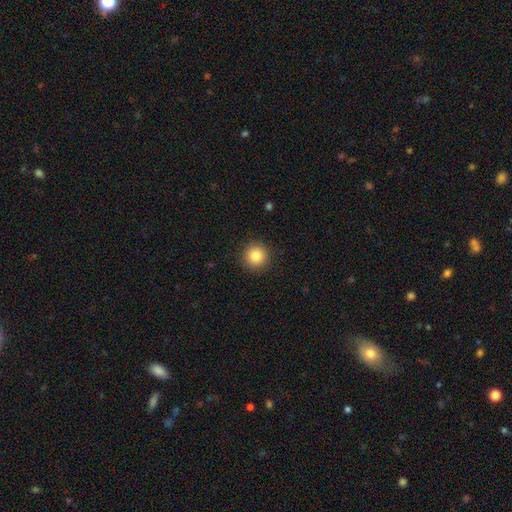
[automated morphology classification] Smooth or featured: smooth — 84% (star or artifact — 10%)
How rounded: round — 95% (in between — 4%)
Merging: none — 92% (minor disturbance — 5%)